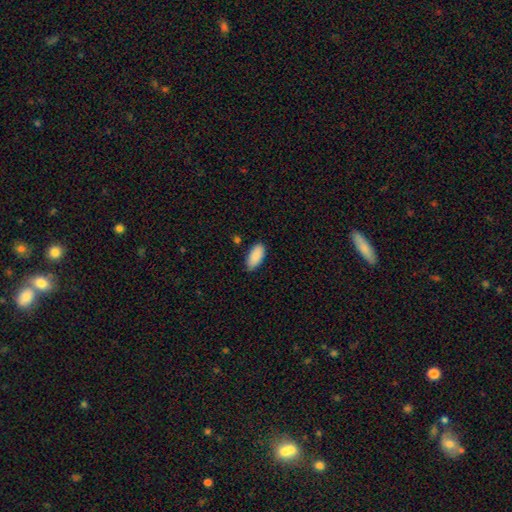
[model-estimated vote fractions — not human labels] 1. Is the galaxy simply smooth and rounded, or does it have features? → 90% smooth, 6% star or artifact, 4% featured or disk.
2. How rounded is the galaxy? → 91% in between, 8% cigar-shaped, 2% round.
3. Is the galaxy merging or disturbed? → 82% none, 14% minor disturbance, 2% major disturbance, 2% merger.